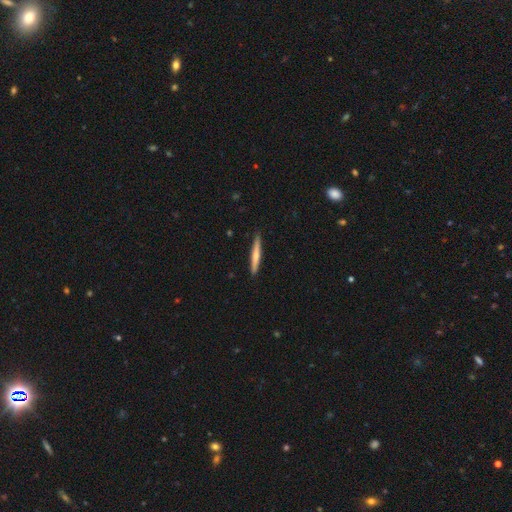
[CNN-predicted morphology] type=smooth (54%); roundness=cigar-shaped (95%); merging=none (90%).